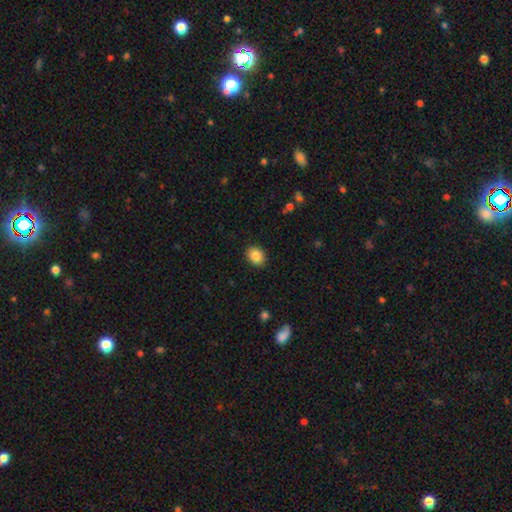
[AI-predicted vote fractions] Smooth or featured: smooth — 87% (star or artifact — 9%)
How rounded: in between — 51% (round — 48%)
Merging: none — 89% (minor disturbance — 8%)